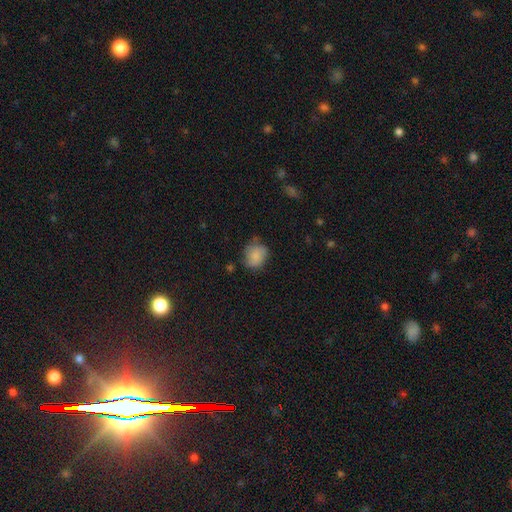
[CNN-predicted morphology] smooth 81%, featured or disk 10%, star or artifact 9%. Down the decision tree: how rounded — round (59%); merging — none (61%).